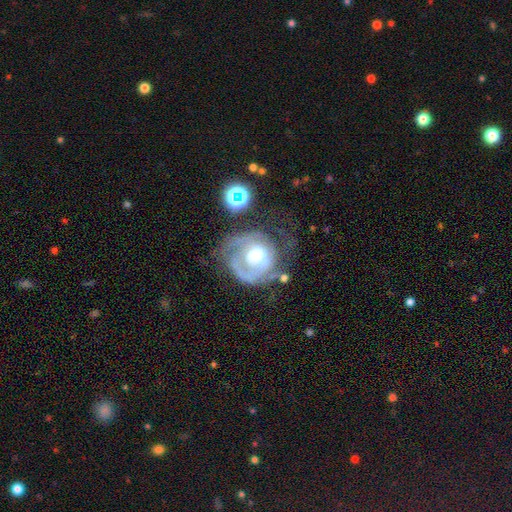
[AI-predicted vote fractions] Smooth or featured?
  - featured or disk: 77% *
  - smooth: 15%
  - star or artifact: 7%
Edge-on disk?
  - no: 98% *
  - yes: 2%
Bar?
  - no: 56% *
  - weak: 35%
  - strong: 9%
Spiral arms?
  - yes: 81% *
  - no: 19%
Spiral winding?
  - tight: 57% *
  - medium: 30%
  - loose: 13%
Spiral arm count?
  - 1: 38% *
  - can't tell: 28%
  - 2: 24%
  - 3: 6%
  - 4: 2%
  - more than 4: 2%
Bulge size?
  - moderate: 54% *
  - large: 22%
  - small: 18%
  - none: 4%
  - dominant: 2%
Merging?
  - none: 41% *
  - major disturbance: 32%
  - minor disturbance: 22%
  - merger: 5%